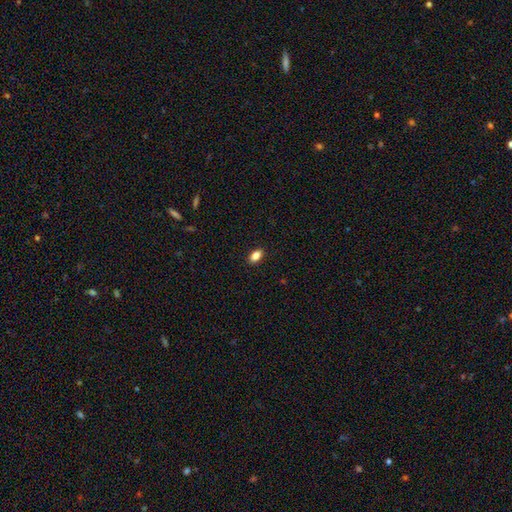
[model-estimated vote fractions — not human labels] Smooth or featured? Predicted: smooth (p=0.86). How rounded? Predicted: in between (p=0.88). Merging? Predicted: none (p=0.90).